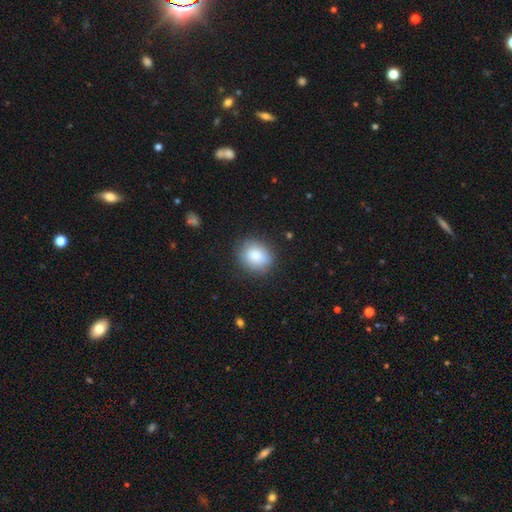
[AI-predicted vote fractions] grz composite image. It shows a smooth galaxy with no disk features (83%) that is round (67%). Merging: none (85%).